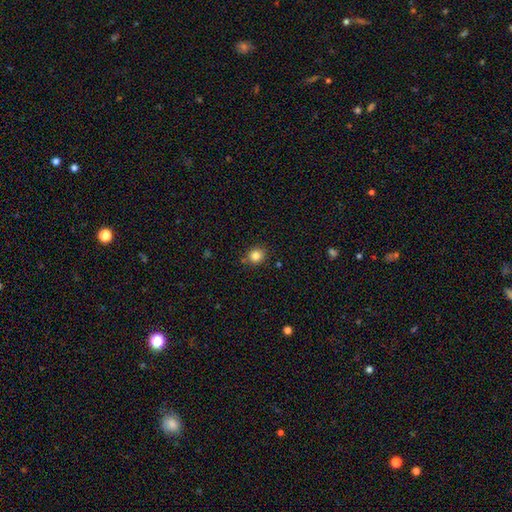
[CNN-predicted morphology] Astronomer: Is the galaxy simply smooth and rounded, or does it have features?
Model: smooth — 83%.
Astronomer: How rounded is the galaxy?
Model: round — 81%.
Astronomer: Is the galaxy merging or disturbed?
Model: none — 83%.